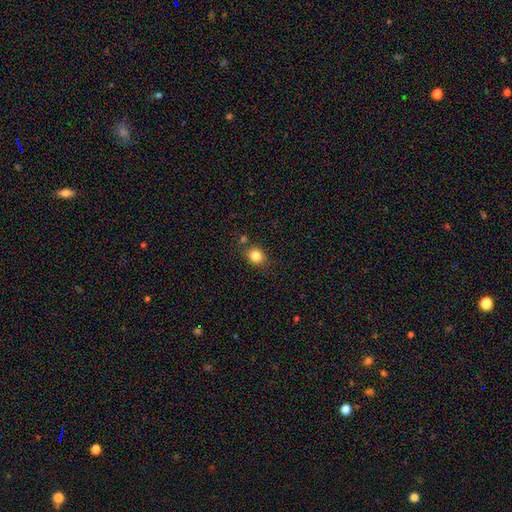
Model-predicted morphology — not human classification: Smooth or featured?
  - smooth: 83% *
  - star or artifact: 11%
  - featured or disk: 6%
How rounded?
  - round: 70% *
  - in between: 30%
  - cigar-shaped: 1%
Merging?
  - none: 80% *
  - minor disturbance: 11%
  - merger: 6%
  - major disturbance: 3%